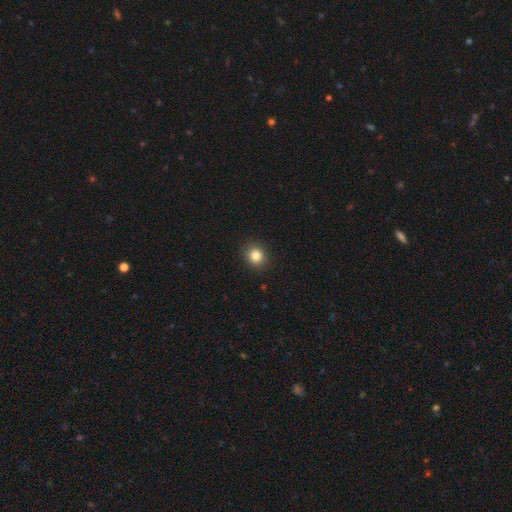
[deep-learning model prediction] Smooth or featured? smooth (84%)
How rounded? round (82%)
Merging? none (90%)